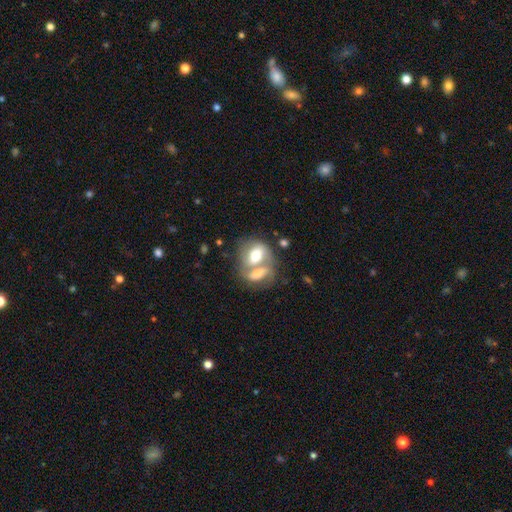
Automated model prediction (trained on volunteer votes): smooth_or_featured: smooth (p=0.57) [alt: featured or disk p=0.37]
how_rounded: in between (p=0.70) [alt: round p=0.27]
merging: merger (p=0.70) [alt: none p=0.18]